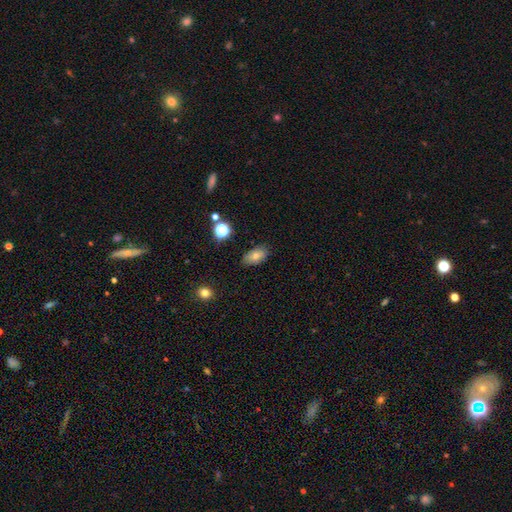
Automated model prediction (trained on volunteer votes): Smooth or featured: smooth — 76% (featured or disk — 13%)
How rounded: in between — 90% (round — 7%)
Merging: none — 83% (minor disturbance — 13%)